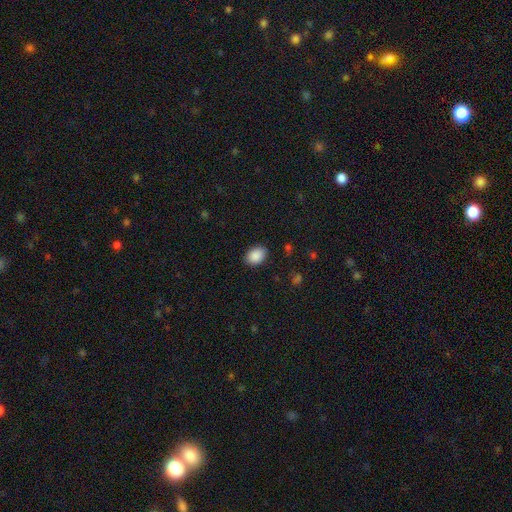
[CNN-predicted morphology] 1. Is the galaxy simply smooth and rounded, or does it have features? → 89% smooth, 7% star or artifact, 3% featured or disk.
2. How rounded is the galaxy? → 79% in between, 20% round, 1% cigar-shaped.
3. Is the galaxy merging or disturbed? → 88% none, 9% minor disturbance, 2% major disturbance, 1% merger.